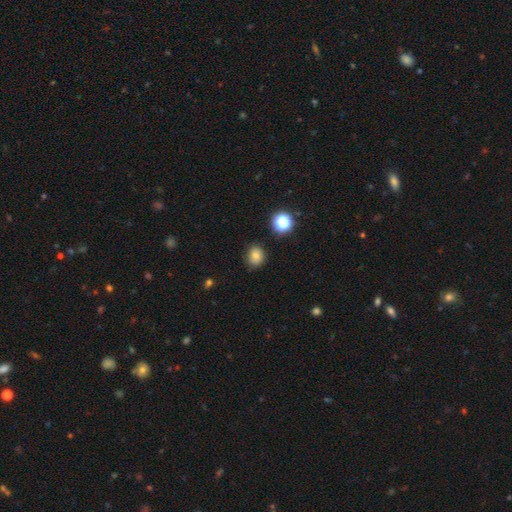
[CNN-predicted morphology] A smooth galaxy with no disk features (74%) that is round (60%). Merging: none (78%).